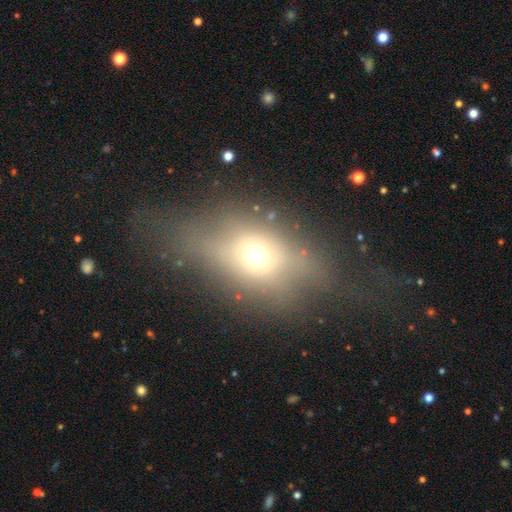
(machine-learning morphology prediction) smooth_or_featured: smooth (p=0.52) [alt: featured or disk p=0.32]
how_rounded: in between (p=0.66) [alt: round p=0.25]
merging: none (p=0.49) [alt: major disturbance p=0.25]